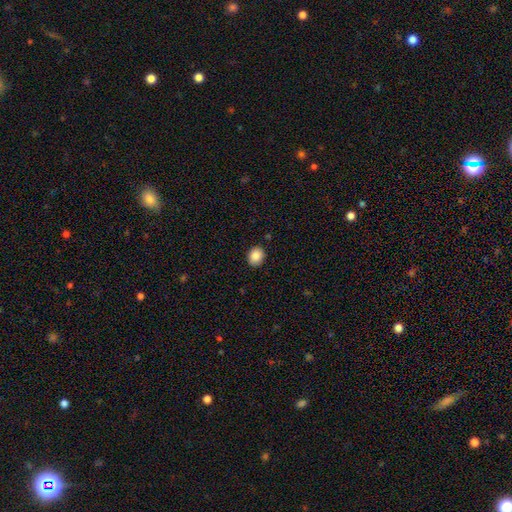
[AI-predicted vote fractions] Smooth or featured: smooth — 87% (star or artifact — 8%)
How rounded: round — 56% (in between — 43%)
Merging: none — 89% (minor disturbance — 8%)